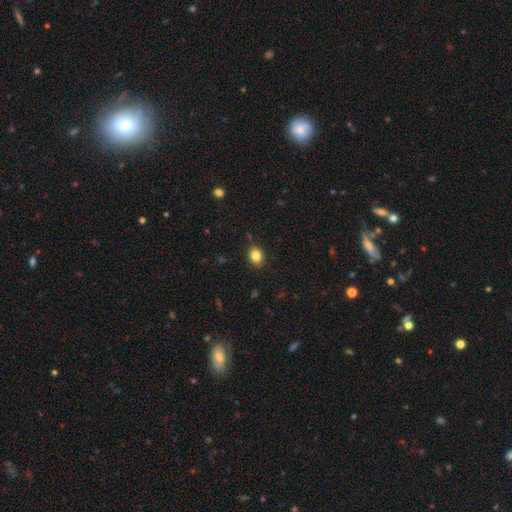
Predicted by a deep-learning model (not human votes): smooth-or-featured: smooth: 84% | star or artifact: 10% | featured or disk: 6%
  how-rounded: in between: 60% | round: 39% | cigar-shaped: 1%
  merging: none: 88% | minor disturbance: 9% | major disturbance: 2% | merger: 1%